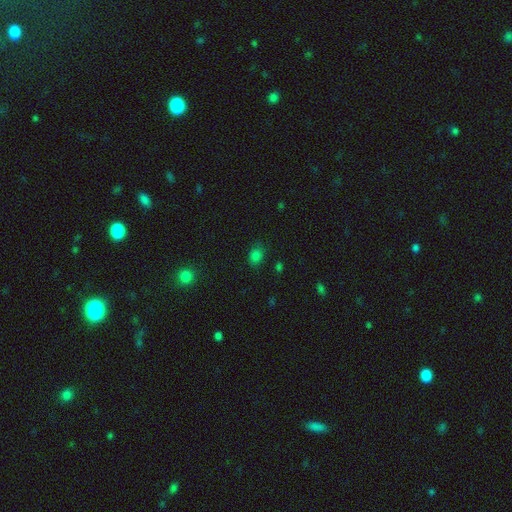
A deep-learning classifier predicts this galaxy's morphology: This appears to be a smooth galaxy with no disk features (78%) that is in between round and cigar-shaped (61%). Merging: none (78%).